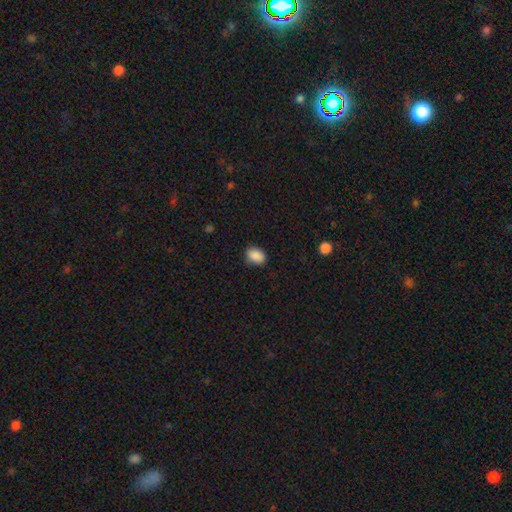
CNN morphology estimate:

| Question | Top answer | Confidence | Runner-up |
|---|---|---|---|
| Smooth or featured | smooth | 89% | star or artifact (8%) |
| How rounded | in between | 71% | round (28%) |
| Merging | none | 83% | minor disturbance (13%) |